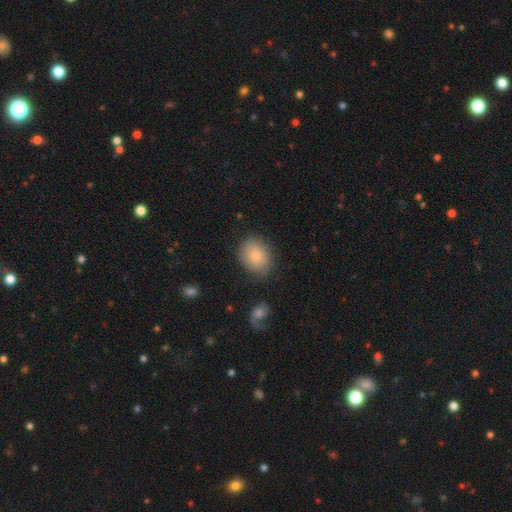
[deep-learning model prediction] Smooth or featured? Predicted: smooth (p=0.83). How rounded? Predicted: in between (p=0.56). Merging? Predicted: none (p=0.74).